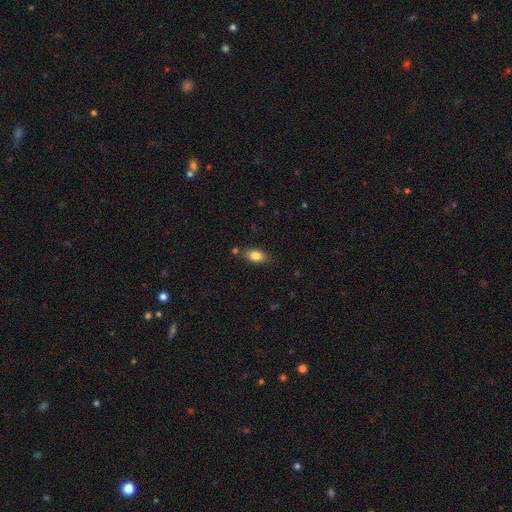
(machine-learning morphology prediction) Smooth or featured: smooth — 83% (featured or disk — 9%)
How rounded: in between — 87% (round — 9%)
Merging: none — 78% (minor disturbance — 14%)